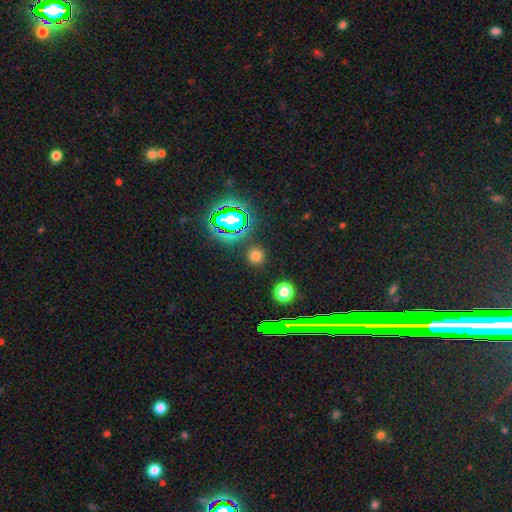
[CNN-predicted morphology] A smooth galaxy with no disk features (68%) that is round (92%).

Vote fractions:
- Smooth or featured? smooth: 68% / star or artifact: 26% / featured or disk: 6%
- How rounded? round: 92% / in between: 6% / cigar-shaped: 1%
- Merging? none: 89% / minor disturbance: 6% / major disturbance: 3% / merger: 2%